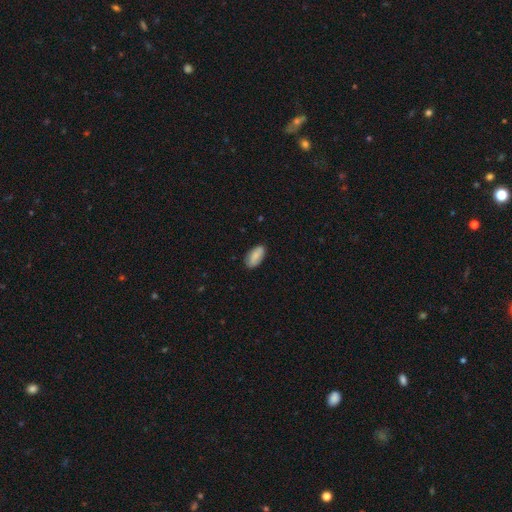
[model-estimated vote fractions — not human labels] smooth-or-featured: smooth: 84% | featured or disk: 10% | star or artifact: 6%
  how-rounded: in between: 91% | cigar-shaped: 6% | round: 2%
  merging: none: 84% | minor disturbance: 12% | major disturbance: 2% | merger: 1%